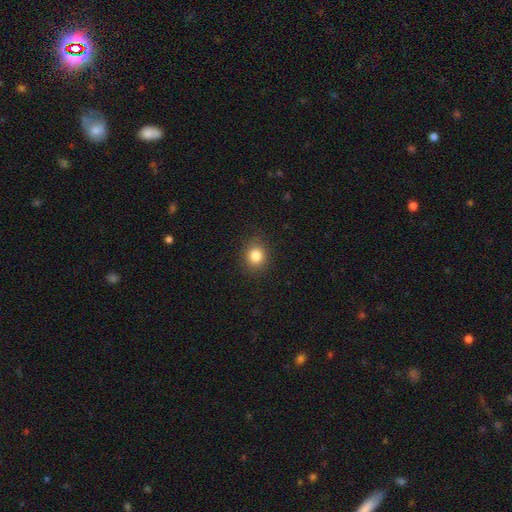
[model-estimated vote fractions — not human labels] This appears to be a smooth galaxy with no disk features (83%) that is round (72%). Merging: none (88%).